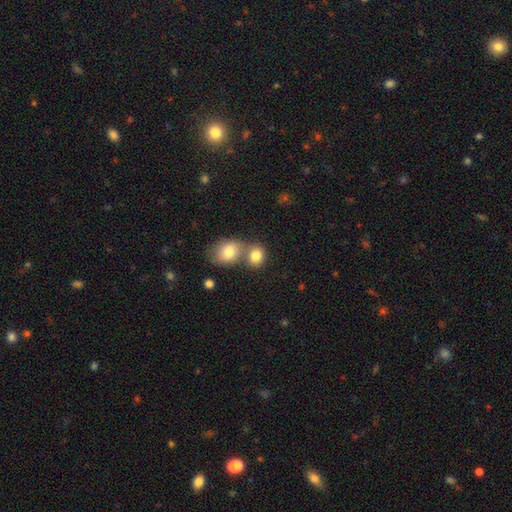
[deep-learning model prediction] Overall: smooth (82%). How rounded: round (63%; in between 36%). Merging: merger (50%; none 39%).